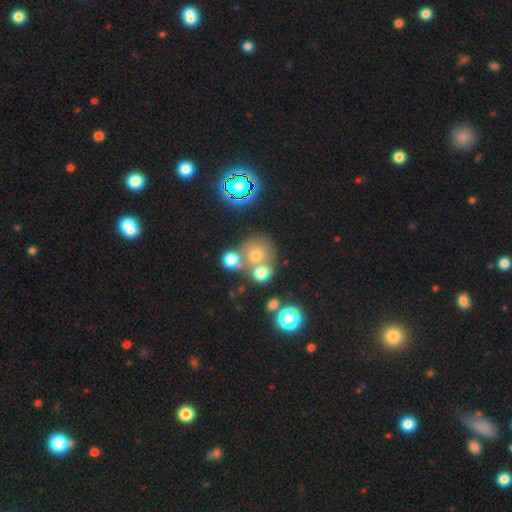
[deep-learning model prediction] This appears to be a smooth galaxy with no disk features (61%) that is round (86%). Merging: none (50%).